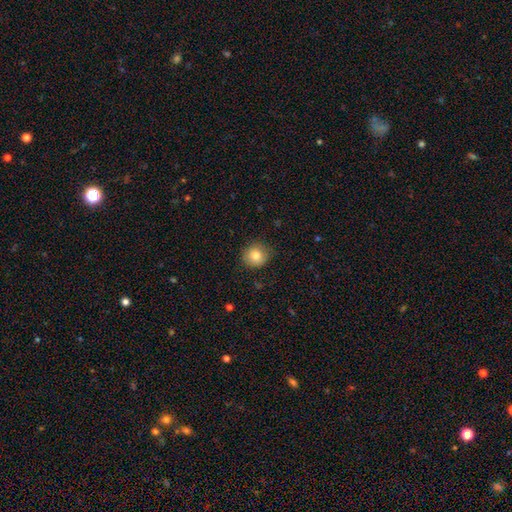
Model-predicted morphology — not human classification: Smooth or featured: smooth — 83% (star or artifact — 10%)
How rounded: round — 88% (in between — 11%)
Merging: none — 85% (minor disturbance — 11%)